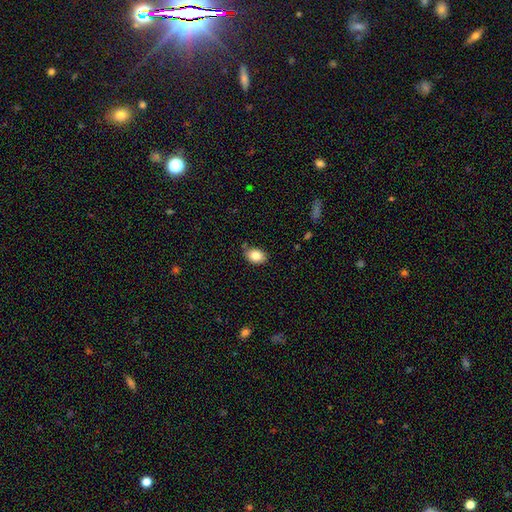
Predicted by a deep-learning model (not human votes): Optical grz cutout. It shows a smooth galaxy with no disk features (83%) that is in between round and cigar-shaped (79%). Merging: none (81%).